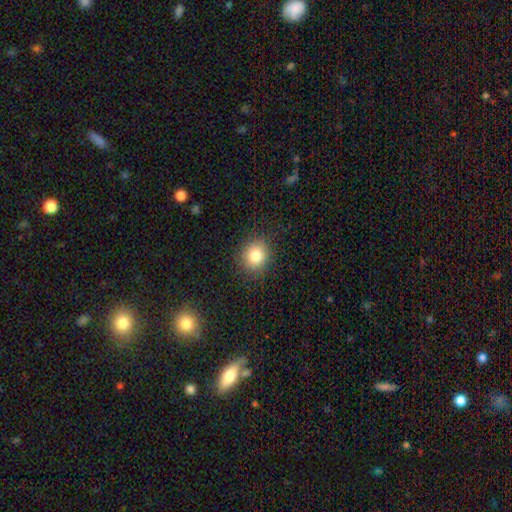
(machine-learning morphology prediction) Smooth or featured?
  - smooth: 82% *
  - star or artifact: 11%
  - featured or disk: 7%
How rounded?
  - round: 82% *
  - in between: 17%
  - cigar-shaped: 1%
Merging?
  - none: 88% *
  - minor disturbance: 9%
  - major disturbance: 3%
  - merger: 1%